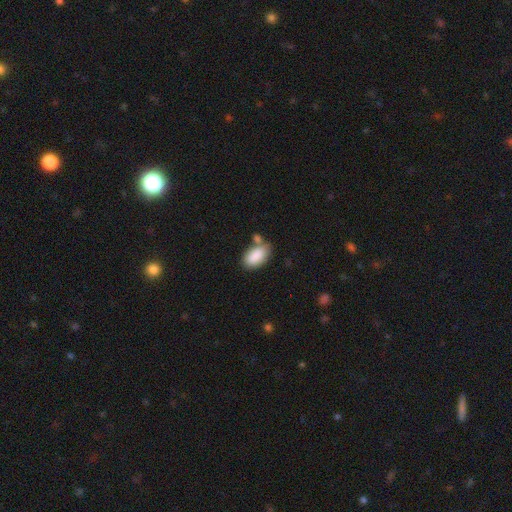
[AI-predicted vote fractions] Overall: smooth (88%). How rounded: in between (94%). Merging: none (58%; merger 20%).